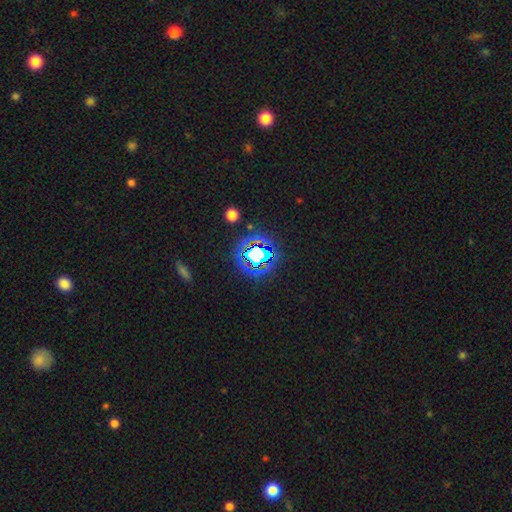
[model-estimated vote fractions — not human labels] Smooth or featured? Predicted: star or artifact (p=0.63).